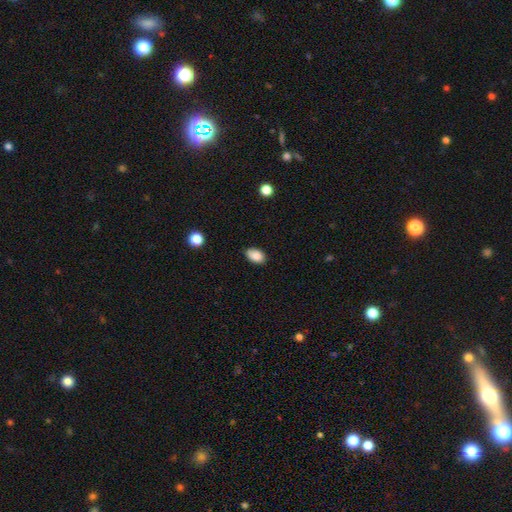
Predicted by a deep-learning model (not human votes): This is clearly a smooth galaxy (87%). How rounded: clearly in between (87%). Merging: likely none (77%).